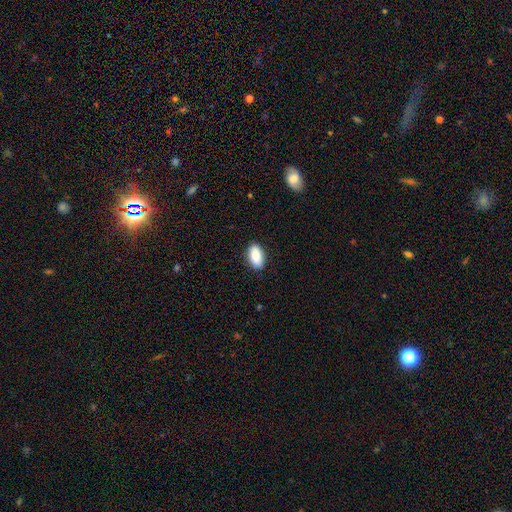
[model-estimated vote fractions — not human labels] Smooth or featured? Predicted: smooth (p=0.90). How rounded? Predicted: in between (p=0.94). Merging? Predicted: none (p=0.88).